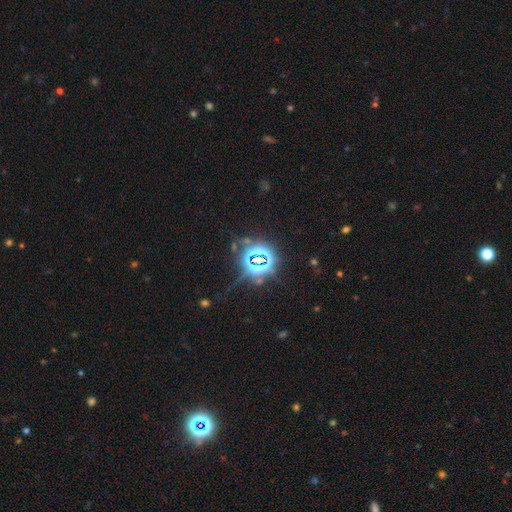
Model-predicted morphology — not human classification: This is clearly a star or artifact rather than a galaxy (81%).